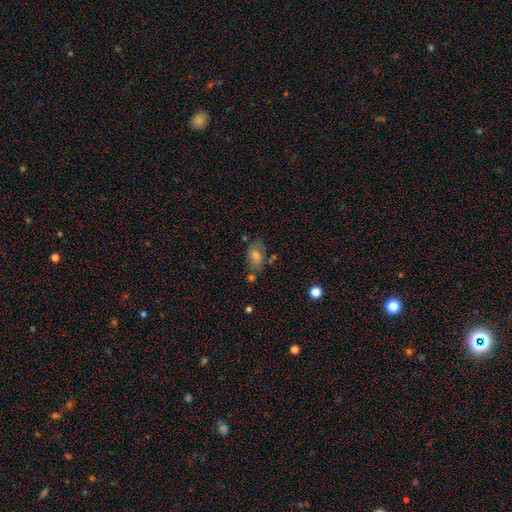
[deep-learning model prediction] Smooth or featured: smooth — 54% (featured or disk — 31%)
How rounded: in between — 82% (round — 14%)
Merging: none — 60% (minor disturbance — 21%)